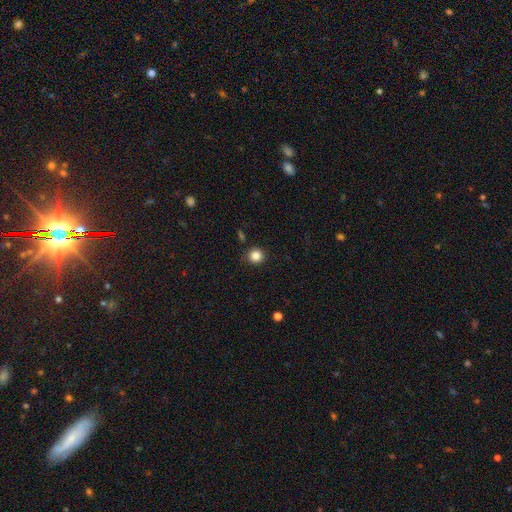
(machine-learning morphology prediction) Q: Smooth or featured?
A: smooth (85%); runner-up: star or artifact (11%)
Q: How rounded?
A: round (92%); runner-up: in between (7%)
Q: Merging?
A: none (89%); runner-up: minor disturbance (7%)